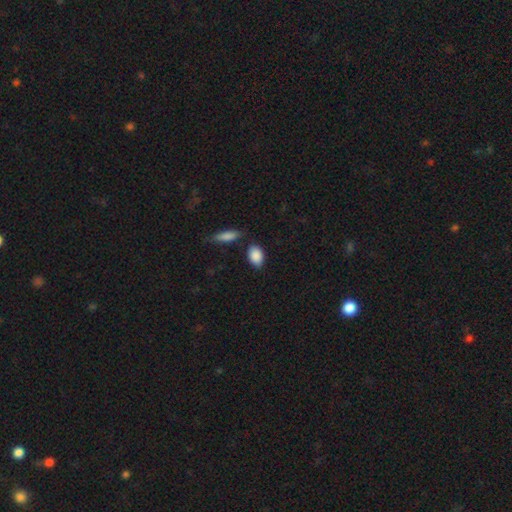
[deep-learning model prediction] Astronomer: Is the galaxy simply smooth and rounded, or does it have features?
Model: smooth — 89%.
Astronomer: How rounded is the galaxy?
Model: in between — 88%.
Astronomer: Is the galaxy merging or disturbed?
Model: none — 75%.